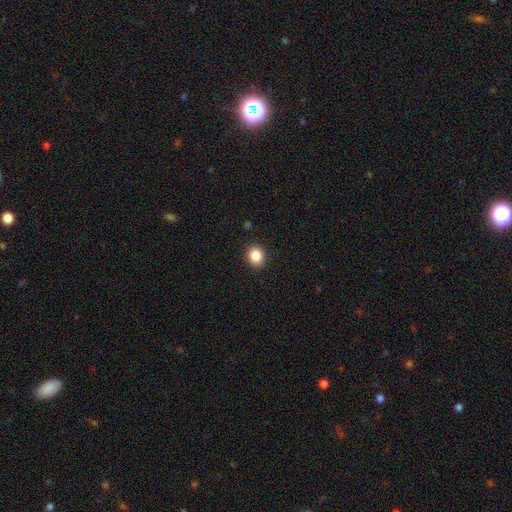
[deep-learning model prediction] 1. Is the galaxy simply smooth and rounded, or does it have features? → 86% smooth, 10% star or artifact, 4% featured or disk.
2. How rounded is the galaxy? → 71% round, 28% in between, 1% cigar-shaped.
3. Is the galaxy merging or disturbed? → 91% none, 6% minor disturbance, 2% major disturbance, 1% merger.